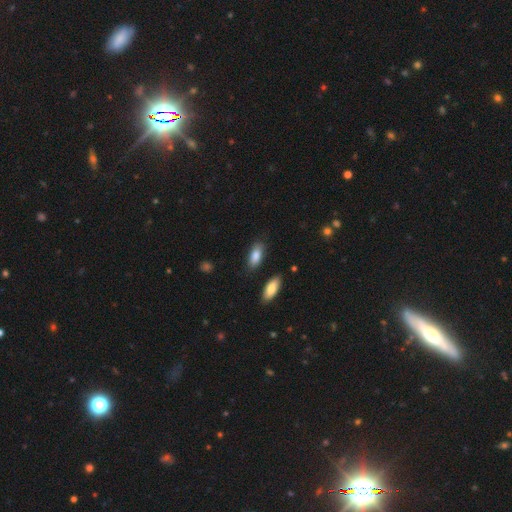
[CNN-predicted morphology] smooth_or_featured: smooth (p=0.86) [alt: featured or disk p=0.08]
how_rounded: in between (p=0.84) [alt: cigar-shaped p=0.14]
merging: none (p=0.82) [alt: minor disturbance p=0.12]